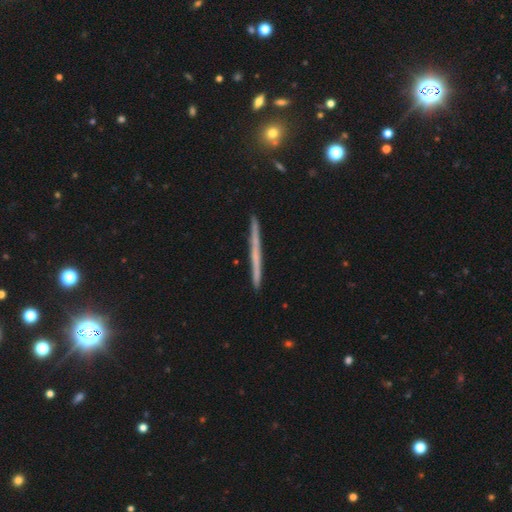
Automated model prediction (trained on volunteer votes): A featured or disk galaxy (55%) viewed edge-on (97%) with no central bulge (89%). Merging: none (91%).